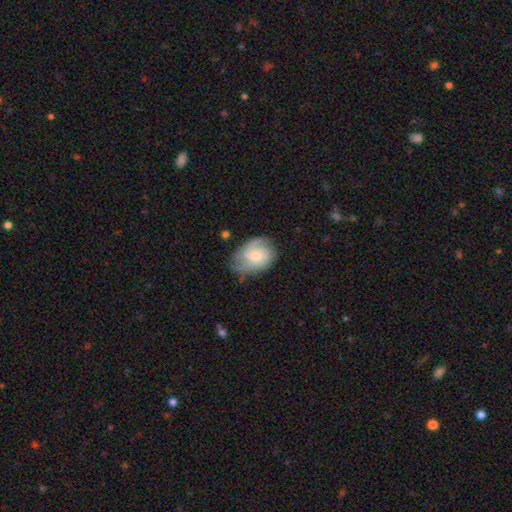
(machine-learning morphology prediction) Smooth or featured? Predicted: featured or disk (p=0.59). Edge-on disk? Predicted: no (p=0.97). Bar? Predicted: no (p=0.57). Spiral arms? Predicted: yes (p=0.89). Spiral winding? Predicted: medium (p=0.44). Spiral arm count? Predicted: 2 (p=0.45). Bulge size? Predicted: small (p=0.54). Merging? Predicted: none (p=0.58).